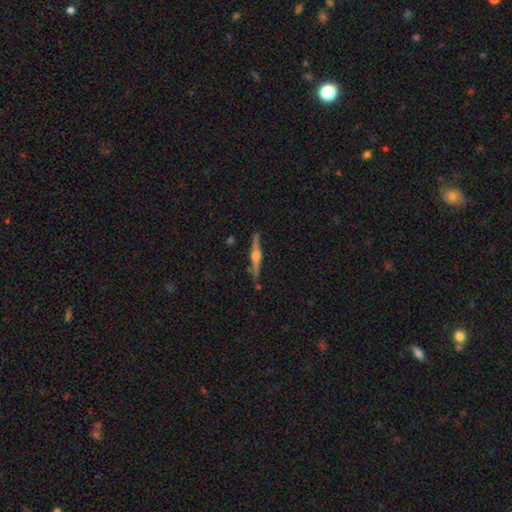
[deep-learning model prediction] A featured or disk galaxy (80%) viewed edge-on (98%) with a rounded central bulge (91%).

Vote fractions:
- Smooth or featured? featured or disk: 80% / smooth: 14% / star or artifact: 6%
- Edge-on disk? yes: 98% / no: 2%
- Edge-on bulge? rounded: 91% / boxy: 6% / none: 3%
- Merging? none: 89% / minor disturbance: 8% / major disturbance: 2% / merger: 2%